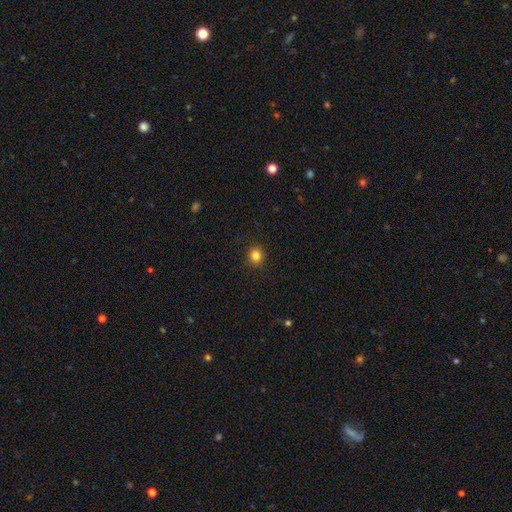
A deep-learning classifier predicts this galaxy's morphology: A smooth galaxy with no disk features (83%) that is round (84%).

Vote fractions:
- Smooth or featured? smooth: 83% / star or artifact: 11% / featured or disk: 5%
- How rounded? round: 84% / in between: 15% / cigar-shaped: 1%
- Merging? none: 92% / minor disturbance: 6% / major disturbance: 2% / merger: 1%